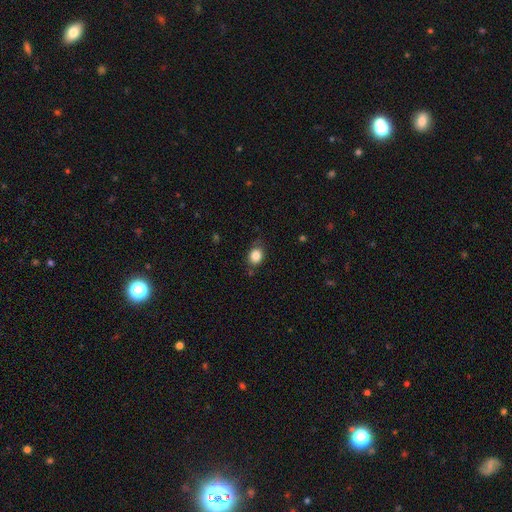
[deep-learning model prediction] smooth 85%, star or artifact 9%, featured or disk 5%. Down the decision tree: how rounded — round (50%); merging — none (73%).